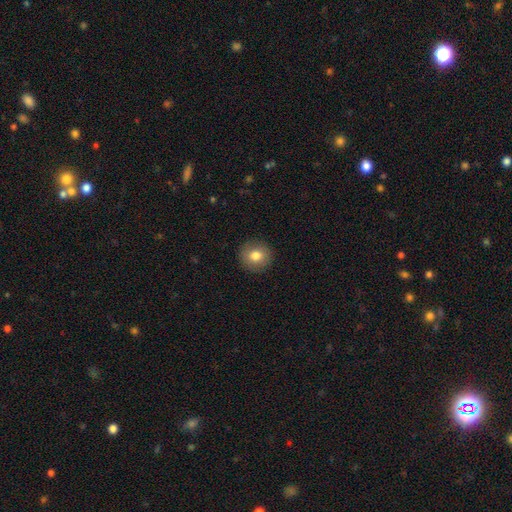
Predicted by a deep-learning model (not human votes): Smooth or featured: smooth — 78% (featured or disk — 13%)
How rounded: round — 92% (in between — 7%)
Merging: none — 91% (minor disturbance — 6%)